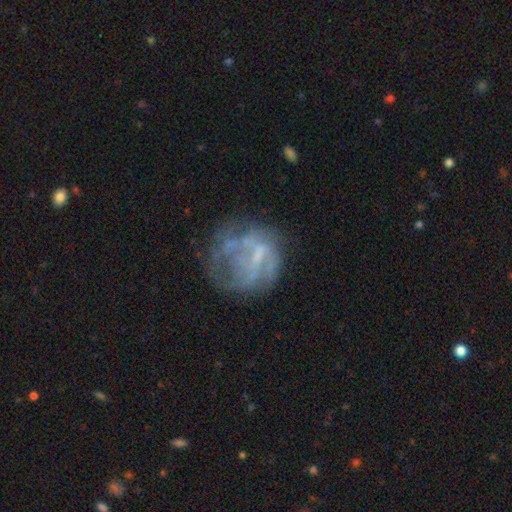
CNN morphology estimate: smooth_or_featured: featured or disk (p=0.60) [alt: smooth p=0.27]
disk_edge_on: no (p=0.98) [alt: yes p=0.02]
bar: no (p=0.59) [alt: weak p=0.32]
has_spiral_arms: no (p=0.69) [alt: yes p=0.31]
bulge_size: none (p=0.53) [alt: small p=0.29]
merging: none (p=0.45) [alt: major disturbance p=0.30]